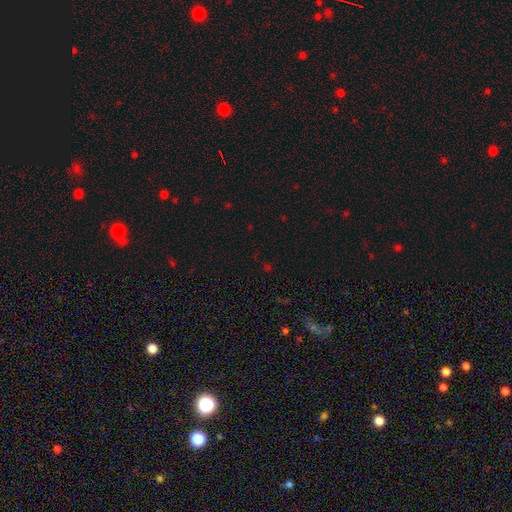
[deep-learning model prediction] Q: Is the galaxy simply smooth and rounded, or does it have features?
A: star or artifact — 67%.